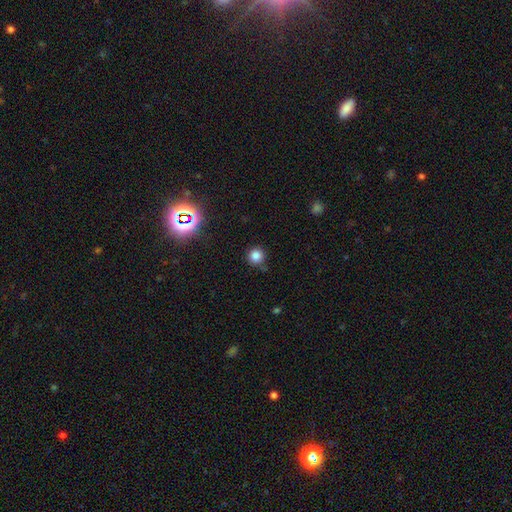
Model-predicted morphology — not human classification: A smooth galaxy with no disk features (81%) that is round (94%). Merging: none (80%).